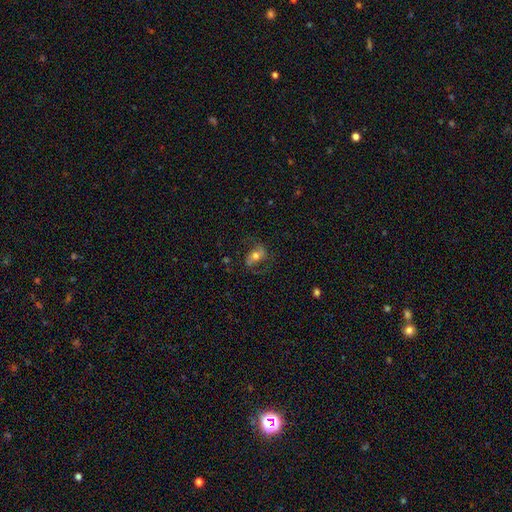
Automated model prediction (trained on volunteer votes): smooth-or-featured: featured or disk: 58% | smooth: 33% | star or artifact: 9%
  disk-edge-on: no: 94% | yes: 6%
    bar: no: 39% | weak: 32% | strong: 29%
    has-spiral-arms: yes: 82% | no: 18%
    bulge-size: moderate: 67% | small: 15% | large: 14% | dominant: 2% | none: 1%
  merging: none: 69% | minor disturbance: 16% | major disturbance: 13% | merger: 2%